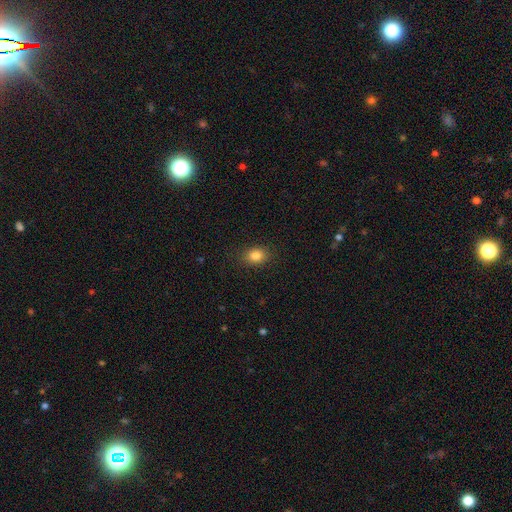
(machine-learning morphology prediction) Smooth or featured?
  - smooth: 84% *
  - star or artifact: 10%
  - featured or disk: 6%
How rounded?
  - in between: 63% *
  - round: 35%
  - cigar-shaped: 1%
Merging?
  - none: 87% *
  - minor disturbance: 9%
  - major disturbance: 3%
  - merger: 1%